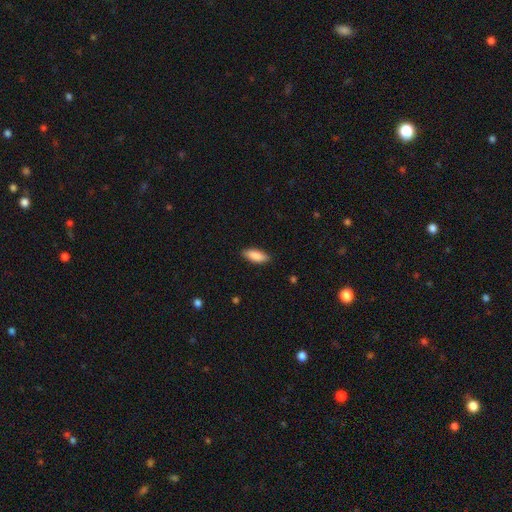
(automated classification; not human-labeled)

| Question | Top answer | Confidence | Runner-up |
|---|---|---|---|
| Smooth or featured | smooth | 88% | featured or disk (6%) |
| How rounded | in between | 78% | cigar-shaped (21%) |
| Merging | none | 87% | minor disturbance (10%) |